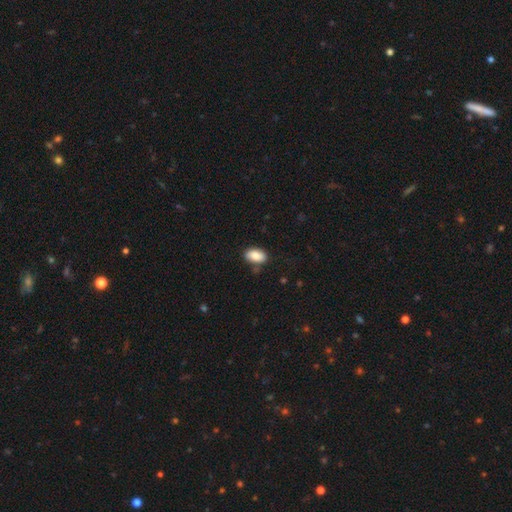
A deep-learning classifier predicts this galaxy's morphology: Q: Smooth or featured?
A: smooth (88%); runner-up: star or artifact (7%)
Q: How rounded?
A: in between (93%); runner-up: round (5%)
Q: Merging?
A: none (80%); runner-up: minor disturbance (14%)